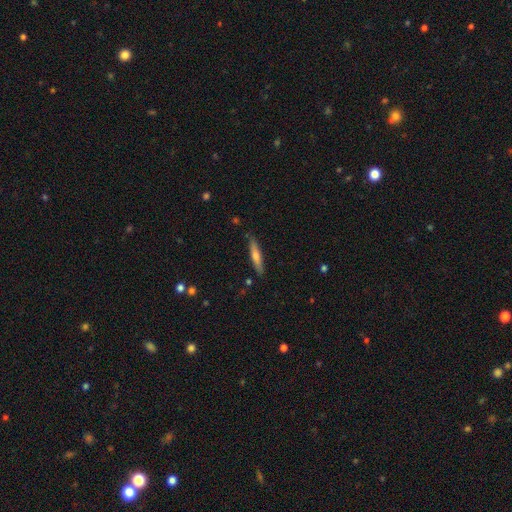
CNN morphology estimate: Smooth or featured? Predicted: smooth (p=0.54). How rounded? Predicted: cigar-shaped (p=0.89). Merging? Predicted: none (p=0.86).